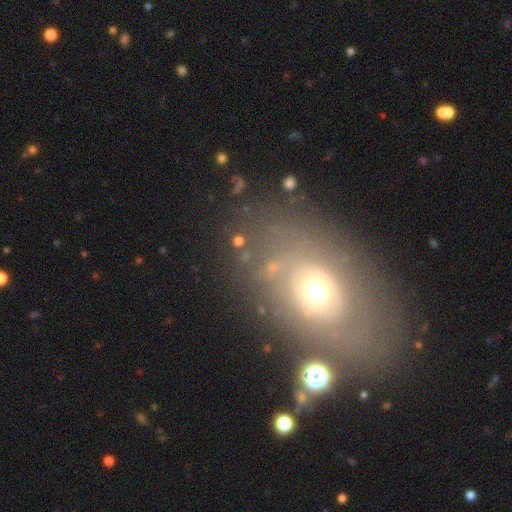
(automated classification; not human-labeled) Smooth or featured: featured or disk — 50% (smooth — 36%)
Merging: none — 75% (minor disturbance — 13%)